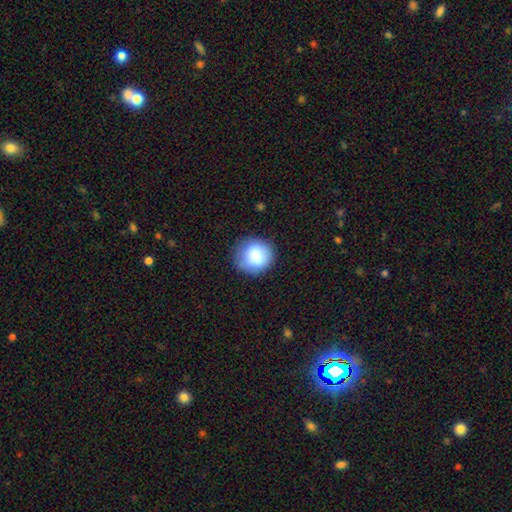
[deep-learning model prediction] smooth_or_featured: smooth (p=0.85) [alt: star or artifact p=0.08]
how_rounded: round (p=0.91) [alt: in between p=0.08]
merging: none (p=0.82) [alt: minor disturbance p=0.13]